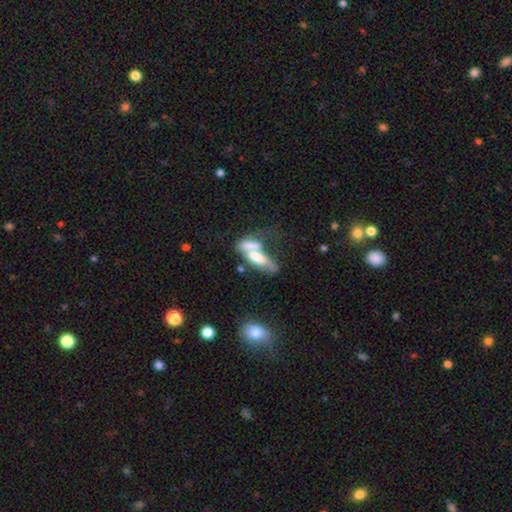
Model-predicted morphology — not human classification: Smooth or featured? Predicted: smooth (p=0.57). How rounded? Predicted: in between (p=0.65). Merging? Predicted: merger (p=0.52).